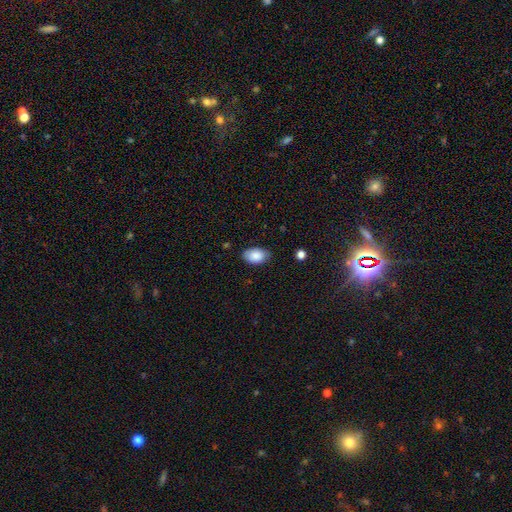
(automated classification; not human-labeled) Morphology: type=smooth (85%); roundness=in between (91%); merging=none (78%).